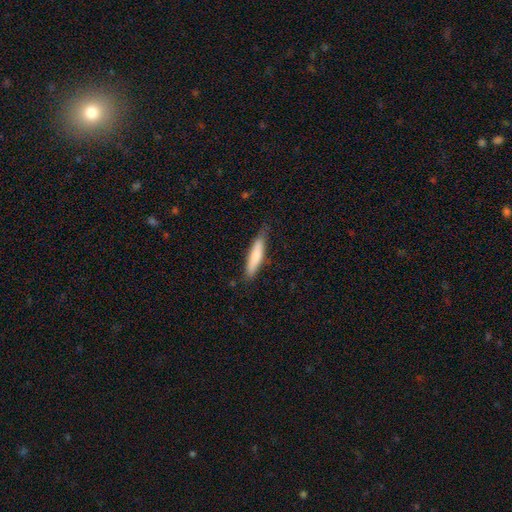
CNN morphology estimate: Smooth or featured: smooth — 75% (featured or disk — 19%)
How rounded: cigar-shaped — 84% (in between — 15%)
Merging: none — 73% (minor disturbance — 22%)